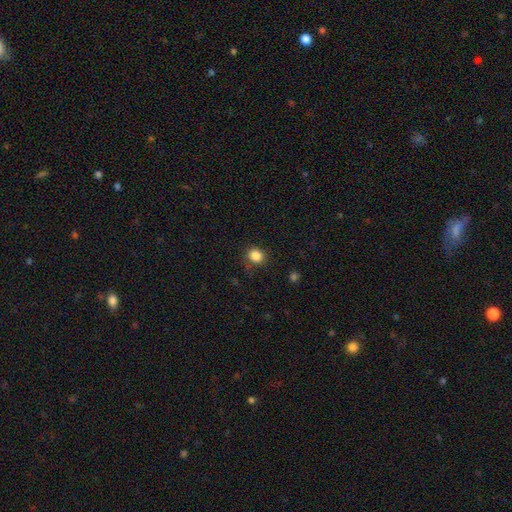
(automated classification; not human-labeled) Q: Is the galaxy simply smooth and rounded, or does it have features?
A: smooth — 85%.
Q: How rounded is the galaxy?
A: round — 80%.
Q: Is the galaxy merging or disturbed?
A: none — 81%.